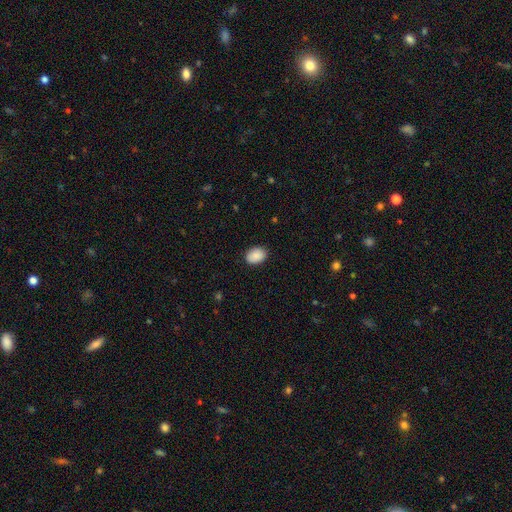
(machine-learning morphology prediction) Smooth or featured: smooth — 89% (star or artifact — 7%)
How rounded: in between — 78% (round — 21%)
Merging: none — 87% (minor disturbance — 10%)